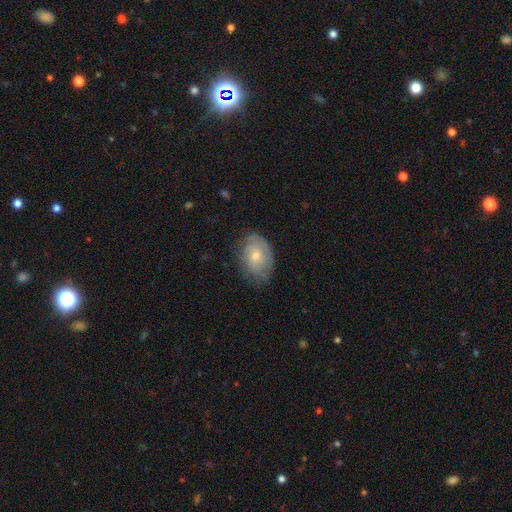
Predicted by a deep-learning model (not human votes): Smooth or featured: featured or disk — 48% (smooth — 44%)
Merging: none — 70% (minor disturbance — 23%)